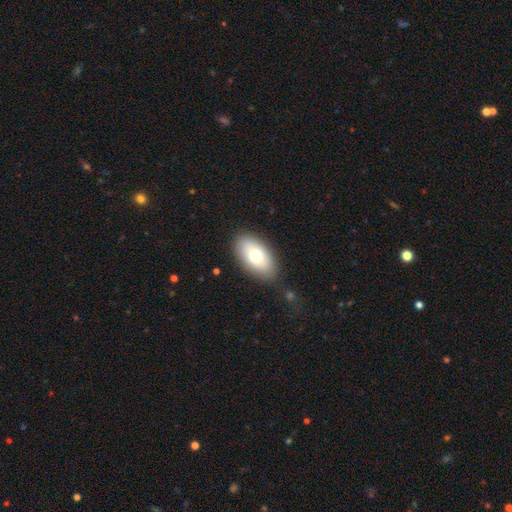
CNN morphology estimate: Smooth or featured: smooth — 69% (featured or disk — 24%)
How rounded: in between — 92% (round — 5%)
Merging: none — 83% (minor disturbance — 12%)